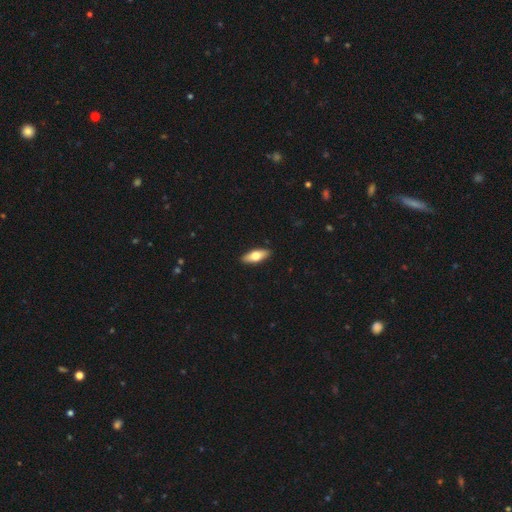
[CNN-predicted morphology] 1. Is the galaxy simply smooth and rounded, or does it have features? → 63% smooth, 32% featured or disk, 5% star or artifact.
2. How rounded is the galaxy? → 66% in between, 31% cigar-shaped, 3% round.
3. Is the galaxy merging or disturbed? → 91% none, 7% minor disturbance, 1% major disturbance, 1% merger.